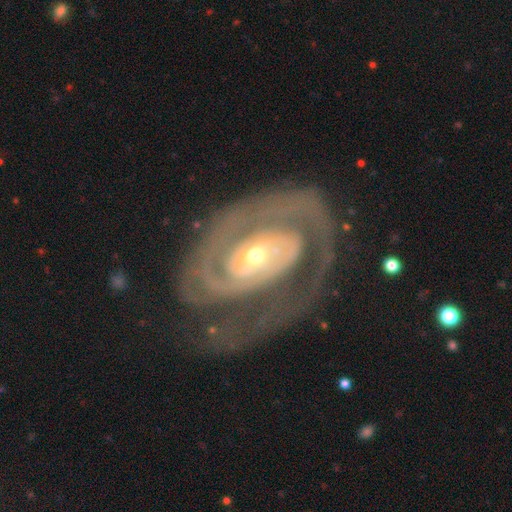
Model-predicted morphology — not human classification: Q: Smooth or featured?
A: featured or disk (90%); runner-up: smooth (5%)
Q: Edge-on disk?
A: no (97%); runner-up: yes (3%)
Q: Bar?
A: no (55%); runner-up: weak (27%)
Q: Spiral arms?
A: yes (95%); runner-up: no (5%)
Q: Spiral winding?
A: tight (72%); runner-up: medium (23%)
Q: Spiral arm count?
A: 2 (55%); runner-up: can't tell (17%)
Q: Bulge size?
A: small (67%); runner-up: moderate (28%)
Q: Merging?
A: none (61%); runner-up: minor disturbance (19%)